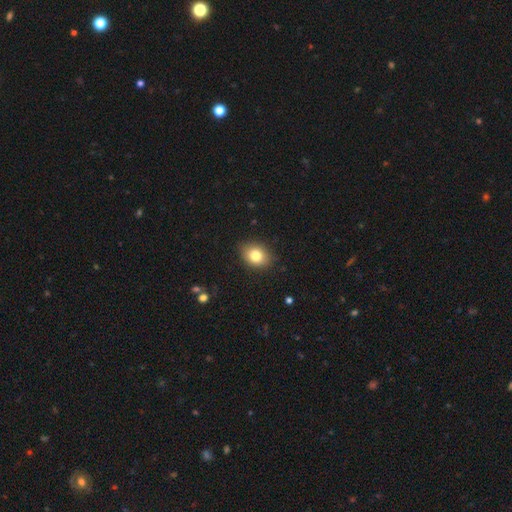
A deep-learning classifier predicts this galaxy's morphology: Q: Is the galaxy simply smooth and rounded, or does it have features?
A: smooth — 82%.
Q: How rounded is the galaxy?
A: in between — 60%.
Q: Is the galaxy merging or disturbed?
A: none — 87%.